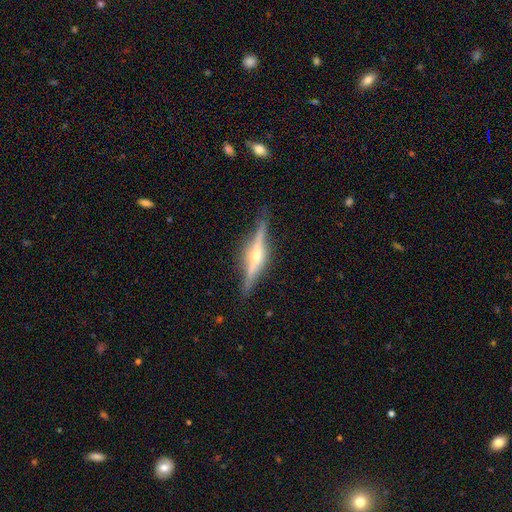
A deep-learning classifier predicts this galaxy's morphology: Smooth or featured?
  - featured or disk: 82% *
  - smooth: 12%
  - star or artifact: 6%
Edge-on disk?
  - yes: 97% *
  - no: 3%
Edge-on bulge?
  - rounded: 86% *
  - boxy: 8%
  - none: 6%
Merging?
  - none: 87% *
  - minor disturbance: 10%
  - major disturbance: 2%
  - merger: 1%